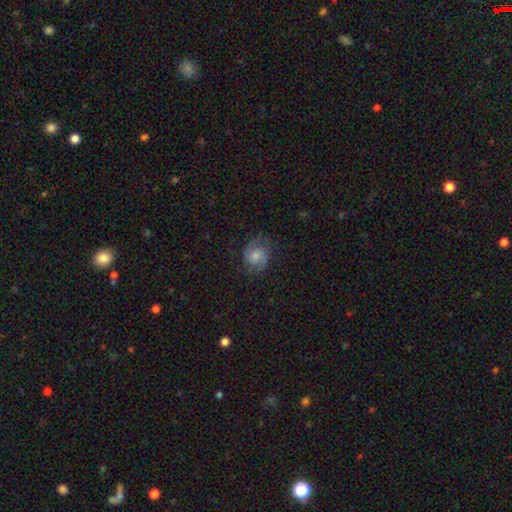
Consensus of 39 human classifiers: A featured or disk galaxy (72%) with no bar (62%), 2 (83%) medium (38%, tied with loose) spiral arms (92%) and a moderate central bulge (46%). Merging: none (81%).